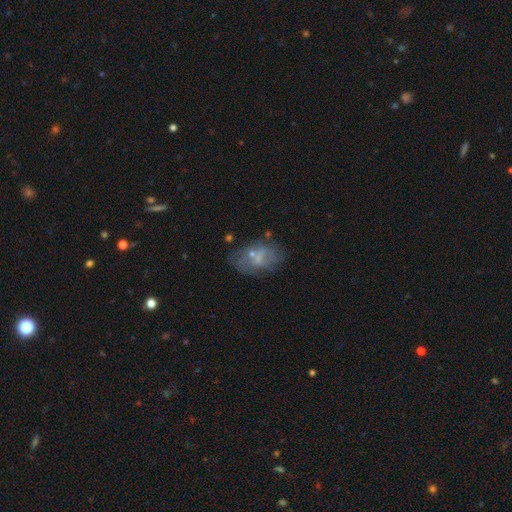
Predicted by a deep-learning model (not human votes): Overall: featured or disk (48%; smooth 38%). Merging: none (56%; minor disturbance 22%).